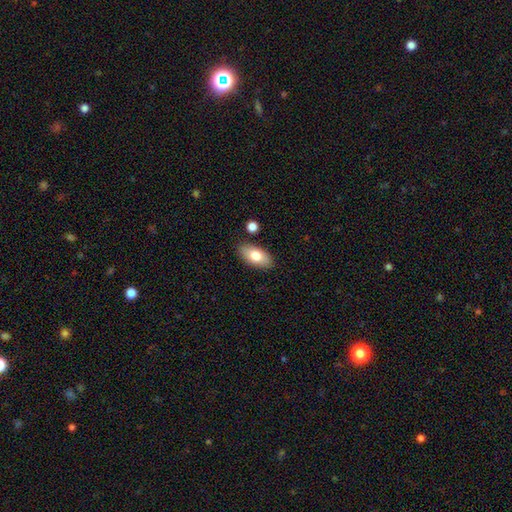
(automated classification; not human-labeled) A smooth galaxy with no disk features (77%) that is in between round and cigar-shaped (91%). Merging: none (85%).